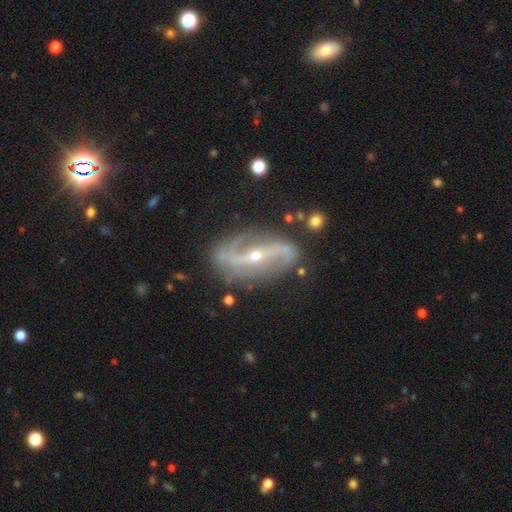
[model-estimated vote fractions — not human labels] Smooth or featured: featured or disk — 90% (star or artifact — 5%)
Edge-on disk: no — 94% (yes — 6%)
Bar: strong — 56% (weak — 23%)
Spiral arms: yes — 95% (no — 5%)
Spiral winding: loose — 55% (medium — 32%)
Spiral arm count: 2 — 93% (can't tell — 3%)
Bulge size: small — 64% (moderate — 33%)
Merging: none — 79% (minor disturbance — 14%)